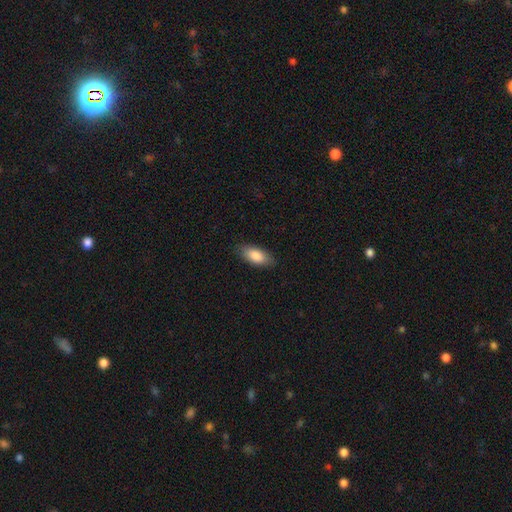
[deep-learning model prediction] Smooth or featured?
  - smooth: 86% *
  - featured or disk: 8%
  - star or artifact: 6%
How rounded?
  - in between: 87% *
  - cigar-shaped: 11%
  - round: 2%
Merging?
  - none: 85% *
  - minor disturbance: 12%
  - major disturbance: 2%
  - merger: 1%